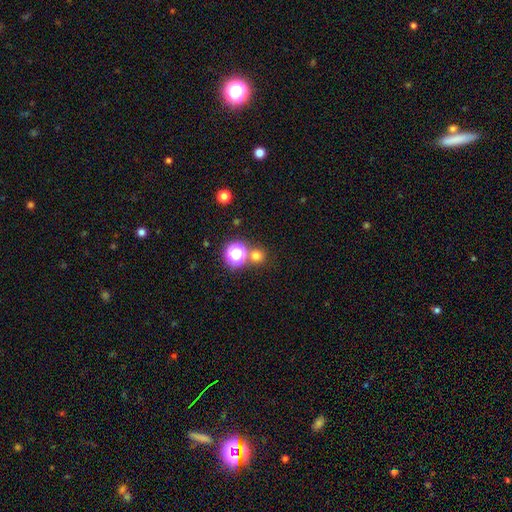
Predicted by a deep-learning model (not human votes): smooth_or_featured: smooth (p=0.70) [alt: star or artifact p=0.24]
how_rounded: round (p=0.90) [alt: in between p=0.09]
merging: none (p=0.73) [alt: merger p=0.17]